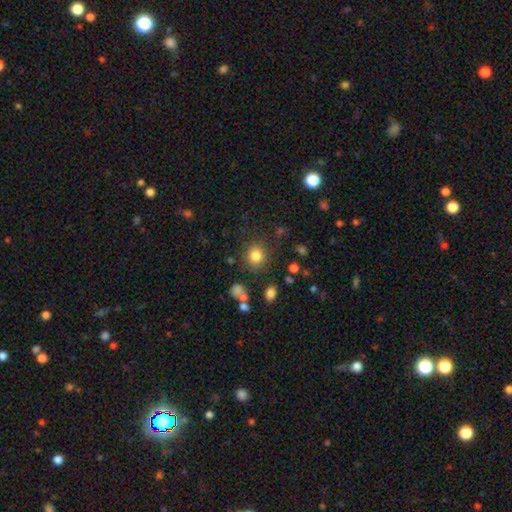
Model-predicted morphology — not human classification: Smooth or featured? Predicted: smooth (p=0.81). How rounded? Predicted: round (p=0.86). Merging? Predicted: none (p=0.83).